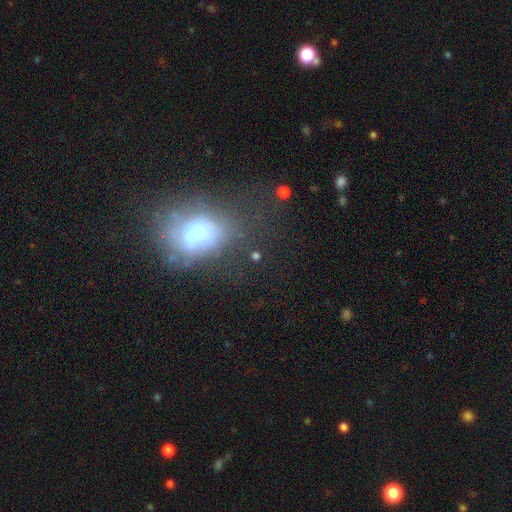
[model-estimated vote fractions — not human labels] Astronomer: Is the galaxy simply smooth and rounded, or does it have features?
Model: smooth — 49% (runner-up: featured or disk, 31%).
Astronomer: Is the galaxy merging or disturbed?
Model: none — 33%, tied with major disturbance at 33%.